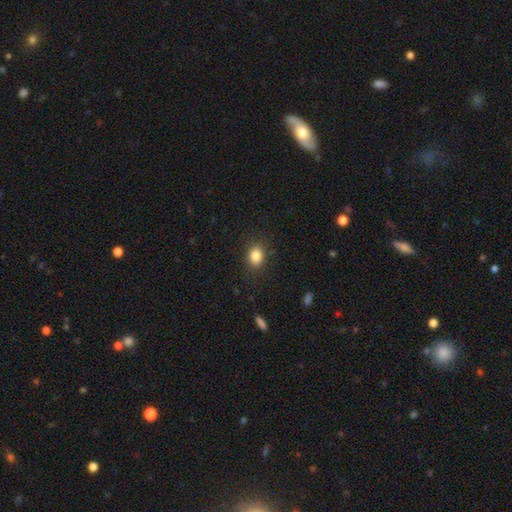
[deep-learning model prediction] Morphology: type=smooth (85%); roundness=in between (54%); merging=none (84%).